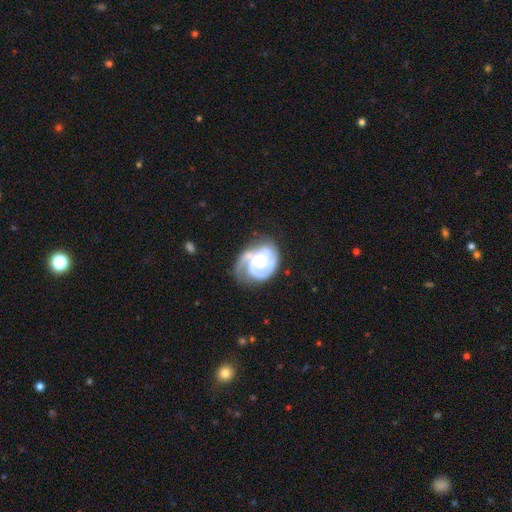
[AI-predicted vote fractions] This appears to be a featured or disk galaxy (37%). Merging: none (70%).